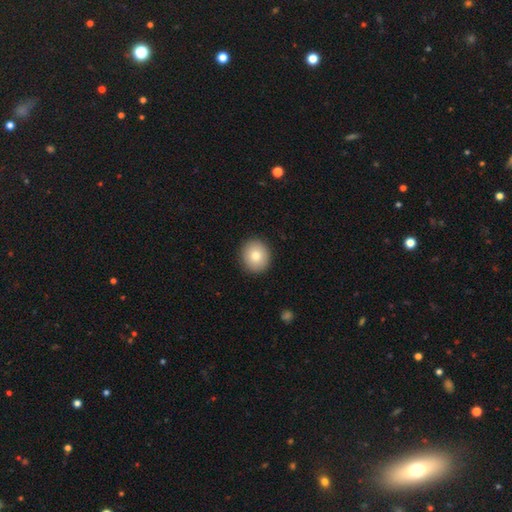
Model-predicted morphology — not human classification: Smooth or featured?
  - smooth: 81% *
  - featured or disk: 11%
  - star or artifact: 8%
How rounded?
  - round: 80% *
  - in between: 19%
  - cigar-shaped: 1%
Merging?
  - none: 91% *
  - minor disturbance: 6%
  - major disturbance: 2%
  - merger: 1%